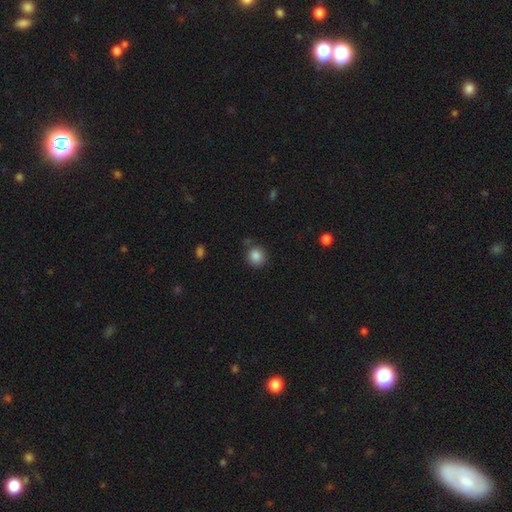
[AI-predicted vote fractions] Smooth or featured? Predicted: smooth (p=0.87). How rounded? Predicted: round (p=0.89). Merging? Predicted: none (p=0.81).